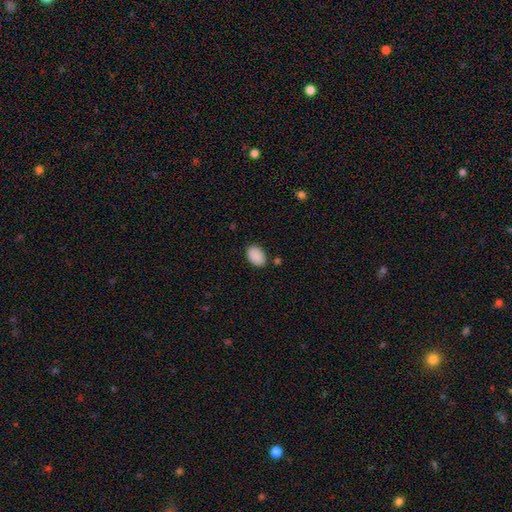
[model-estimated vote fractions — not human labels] smooth_or_featured: smooth (p=0.90) [alt: star or artifact p=0.07]
how_rounded: in between (p=0.85) [alt: round p=0.14]
merging: none (p=0.83) [alt: minor disturbance p=0.12]